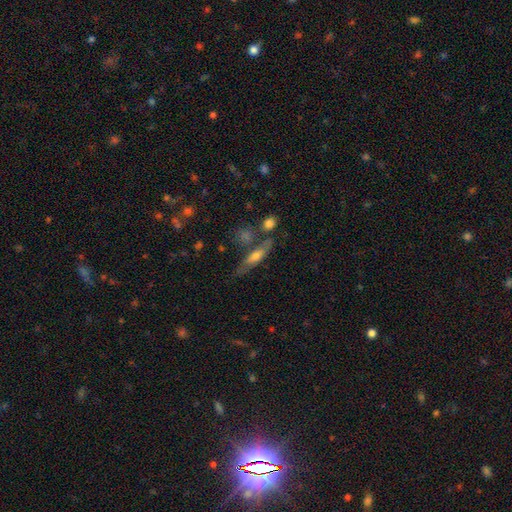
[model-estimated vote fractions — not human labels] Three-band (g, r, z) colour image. It shows a featured or disk galaxy (46%). Merging: none (63%).